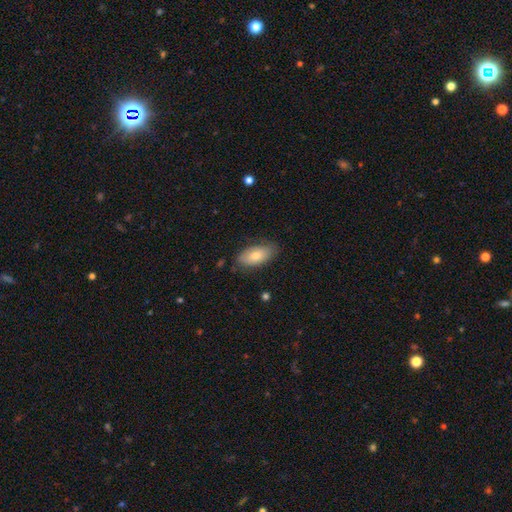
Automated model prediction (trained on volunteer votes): smooth_or_featured: smooth (p=0.77) [alt: featured or disk p=0.17]
how_rounded: in between (p=0.90) [alt: cigar-shaped p=0.07]
merging: none (p=0.76) [alt: minor disturbance p=0.19]